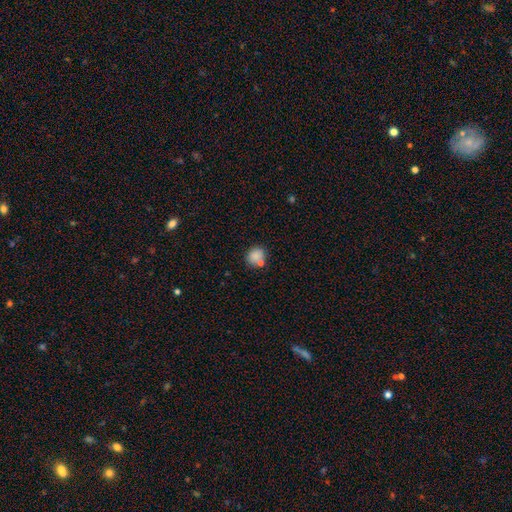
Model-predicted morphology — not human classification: The model was most divided on "how rounded": round: 66%, in between: 33%, cigar-shaped: 1%. More confident: smooth or featured — smooth (83%); merging — none (66%).